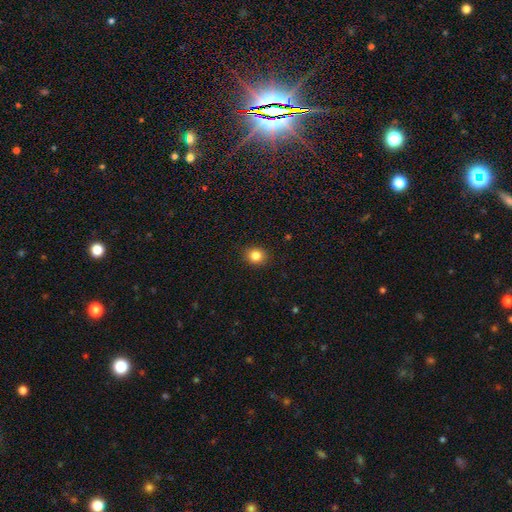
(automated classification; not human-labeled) This is clearly a smooth galaxy (84%). How rounded: likely round (78%). Merging: clearly none (90%).